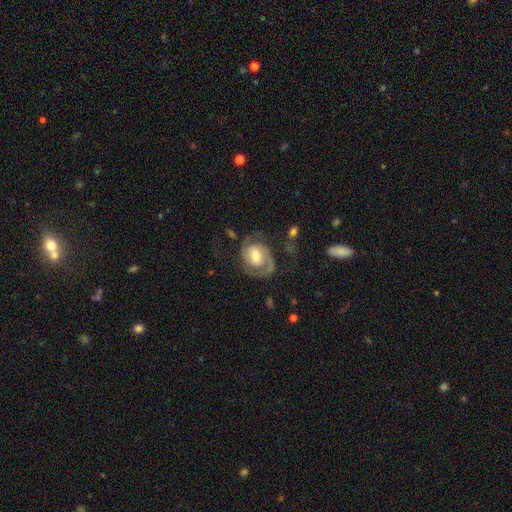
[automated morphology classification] A featured or disk galaxy (80%) with a weak bar (47%), 2 (66%) tight (48%) spiral arms (92%) and a moderate central bulge (54%). Merging: none (59%).